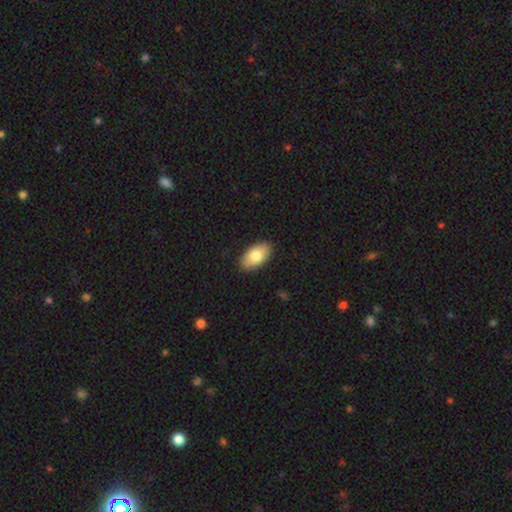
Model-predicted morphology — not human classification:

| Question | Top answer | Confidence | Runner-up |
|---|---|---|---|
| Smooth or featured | smooth | 79% | featured or disk (15%) |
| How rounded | in between | 94% | round (3%) |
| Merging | none | 89% | minor disturbance (9%) |